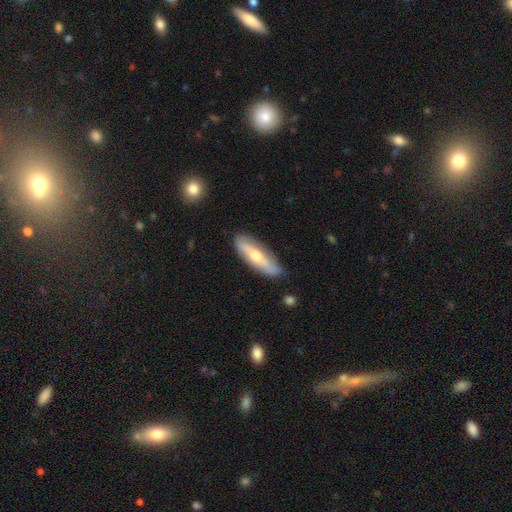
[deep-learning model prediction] This appears to be a smooth galaxy with no disk features (48%). Merging: none (83%).